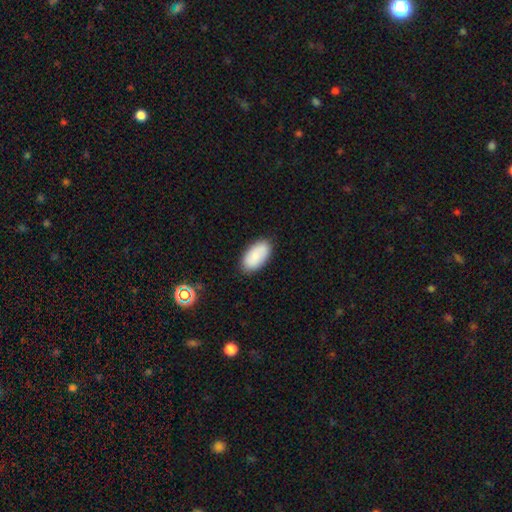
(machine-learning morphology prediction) Overall: smooth (85%). How rounded: in between (95%). Merging: none (85%).